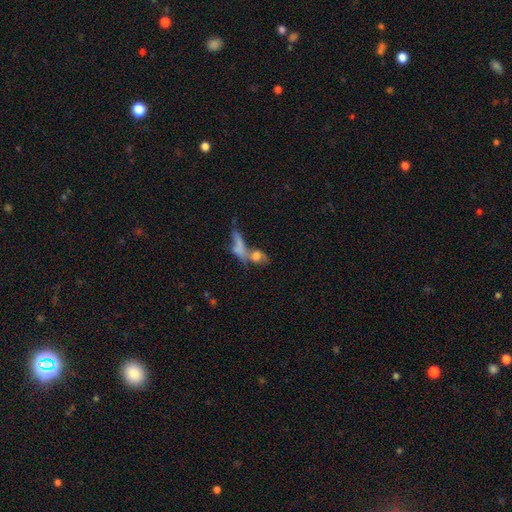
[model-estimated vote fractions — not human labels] smooth_or_featured: smooth (p=0.53) [alt: featured or disk p=0.32]
how_rounded: in between (p=0.54) [alt: cigar-shaped p=0.26]
merging: merger (p=0.56) [alt: none p=0.21]